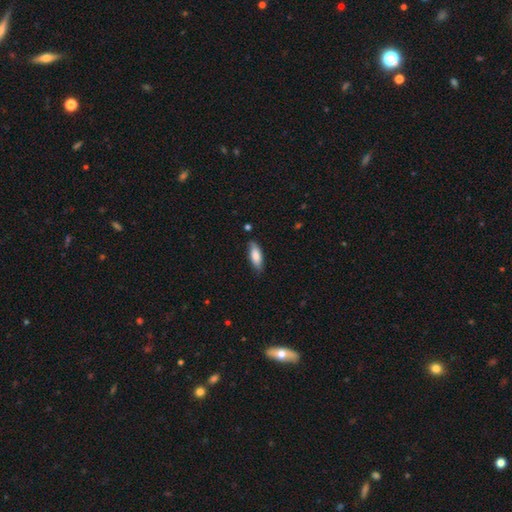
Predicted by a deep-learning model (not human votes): smooth 81%, featured or disk 13%, star or artifact 6%. Down the decision tree: how rounded — in between (67%); merging — none (78%).